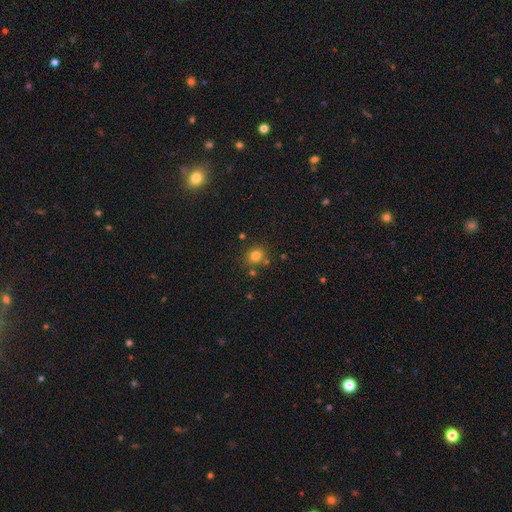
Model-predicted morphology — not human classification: A smooth galaxy with no disk features (78%) that is round (77%). Merging: none (77%).